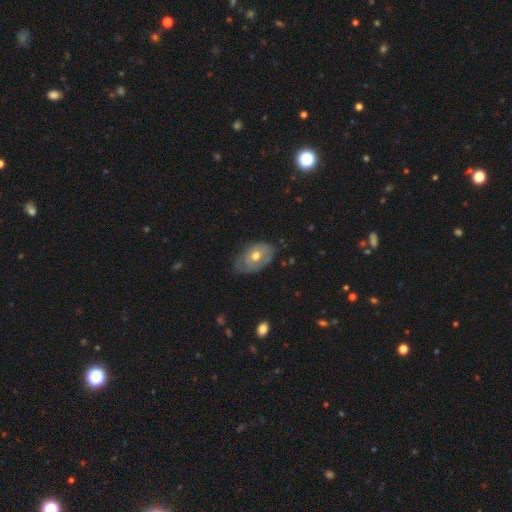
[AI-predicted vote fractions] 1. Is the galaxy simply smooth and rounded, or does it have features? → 52% smooth, 41% featured or disk, 6% star or artifact.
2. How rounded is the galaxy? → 87% in between, 12% round, 1% cigar-shaped.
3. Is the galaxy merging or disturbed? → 57% none, 33% minor disturbance, 8% major disturbance, 1% merger.